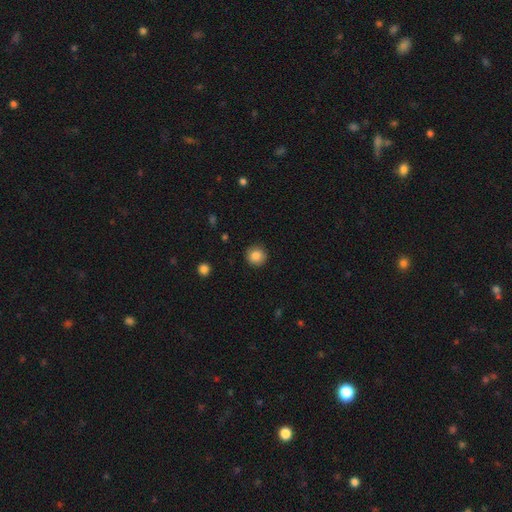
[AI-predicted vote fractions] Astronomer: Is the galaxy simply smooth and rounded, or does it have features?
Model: smooth — 86%.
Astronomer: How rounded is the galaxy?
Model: round — 94%.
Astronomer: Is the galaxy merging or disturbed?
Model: none — 91%.